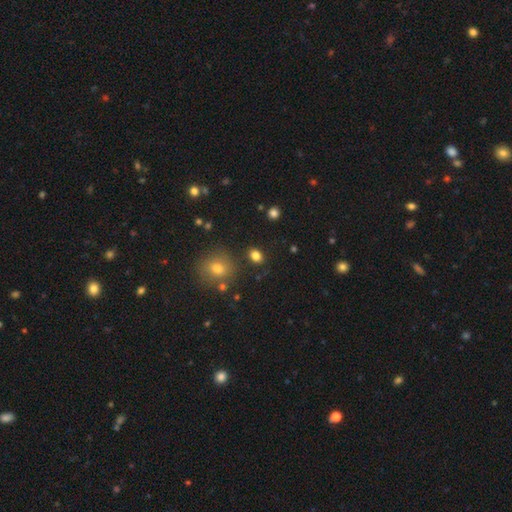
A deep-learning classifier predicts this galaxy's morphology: smooth_or_featured: smooth (p=0.83) [alt: star or artifact p=0.12]
how_rounded: in between (p=0.61) [alt: round p=0.37]
merging: none (p=0.85) [alt: minor disturbance p=0.09]